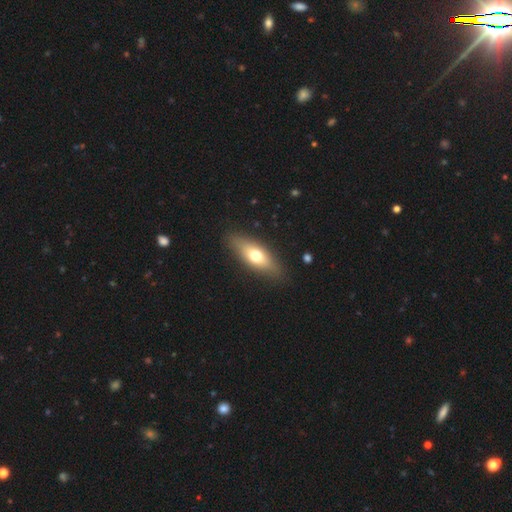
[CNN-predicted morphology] A smooth galaxy with no disk features (62%) that is in between round and cigar-shaped (63%).

Vote fractions:
- Smooth or featured? smooth: 62% / featured or disk: 32% / star or artifact: 6%
- How rounded? in between: 63% / cigar-shaped: 33% / round: 4%
- Merging? none: 86% / minor disturbance: 10% / major disturbance: 3% / merger: 1%